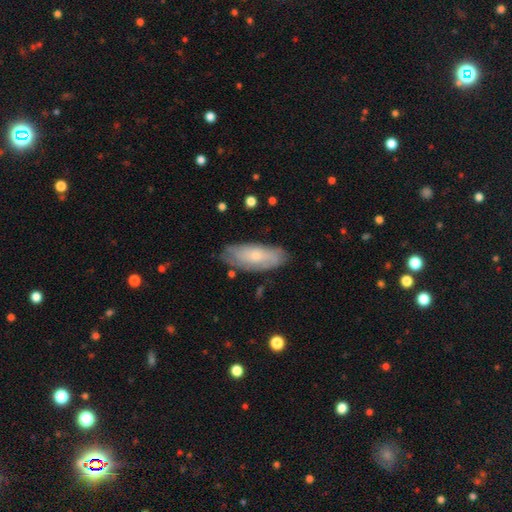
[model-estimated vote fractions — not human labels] Smooth or featured? smooth (52%)
How rounded? in between (80%)
Merging? none (75%)